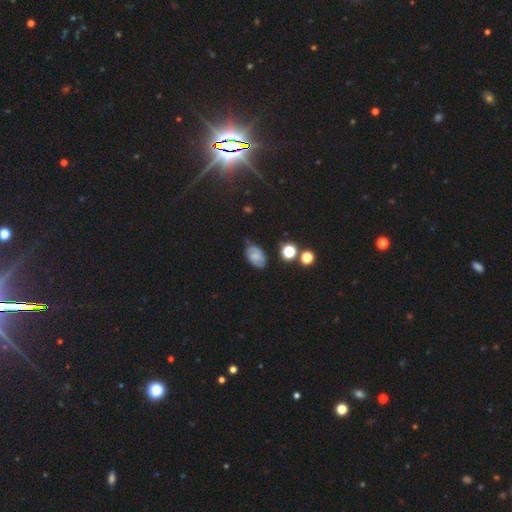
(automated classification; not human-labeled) Overall: smooth (52%; featured or disk 36%). How rounded: in between (86%). Merging: none (65%; minor disturbance 26%).